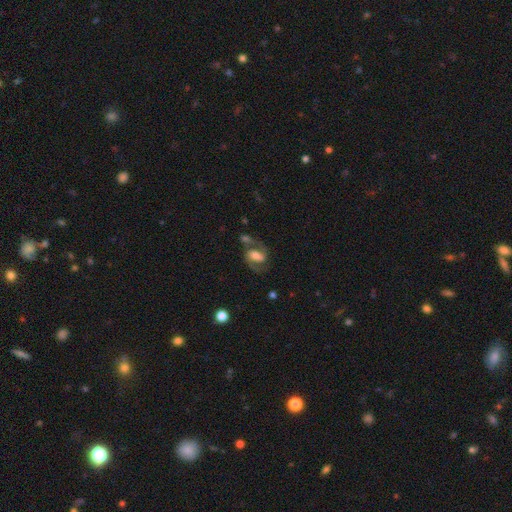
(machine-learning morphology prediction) Smooth or featured? Predicted: featured or disk (p=0.74). Edge-on disk? Predicted: no (p=0.96). Bar? Predicted: weak (p=0.42). Spiral arms? Predicted: yes (p=0.91). Spiral winding? Predicted: medium (p=0.56). Spiral arm count? Predicted: 2 (p=0.89). Bulge size? Predicted: moderate (p=0.50). Merging? Predicted: none (p=0.57).